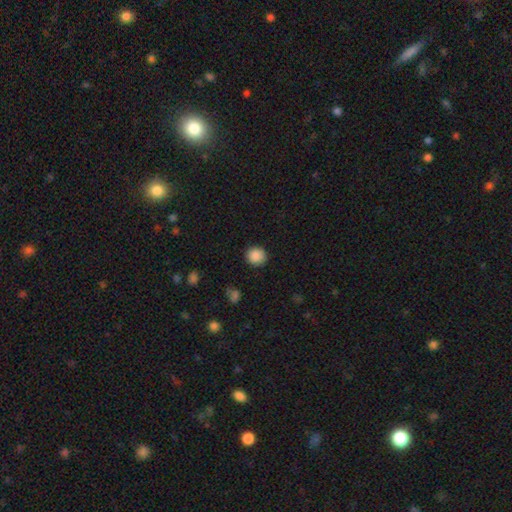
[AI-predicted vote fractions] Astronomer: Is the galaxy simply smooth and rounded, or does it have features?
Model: smooth — 88%.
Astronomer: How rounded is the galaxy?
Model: round — 92%.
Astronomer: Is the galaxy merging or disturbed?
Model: none — 91%.